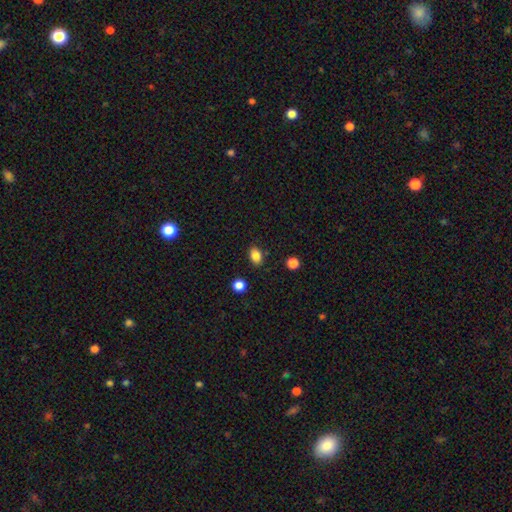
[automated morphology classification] Smooth or featured? Predicted: smooth (p=0.85). How rounded? Predicted: in between (p=0.74). Merging? Predicted: none (p=0.84).